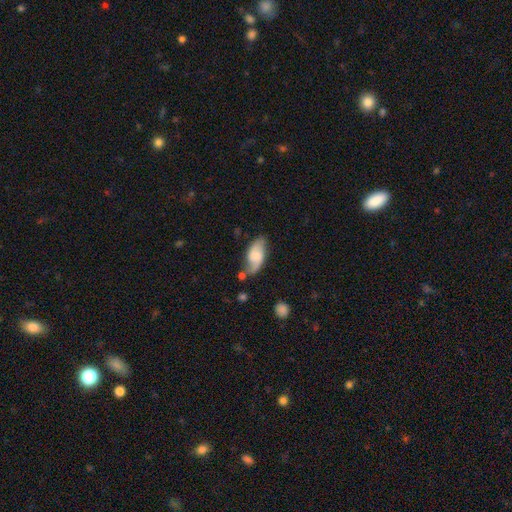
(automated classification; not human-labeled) smooth-or-featured: featured or disk: 51% | smooth: 42% | star or artifact: 7%
  disk-edge-on: no: 91% | yes: 9%
  merging: none: 62% | minor disturbance: 24% | major disturbance: 8% | merger: 6%